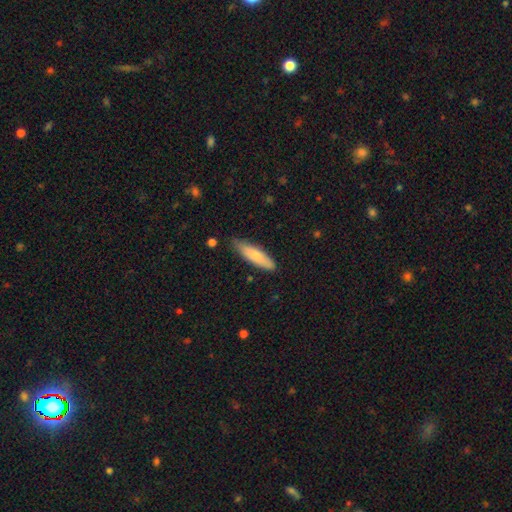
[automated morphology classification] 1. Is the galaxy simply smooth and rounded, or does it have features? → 76% smooth, 19% featured or disk, 5% star or artifact.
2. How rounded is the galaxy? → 69% cigar-shaped, 30% in between, 1% round.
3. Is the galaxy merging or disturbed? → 79% none, 17% minor disturbance, 2% major disturbance, 2% merger.